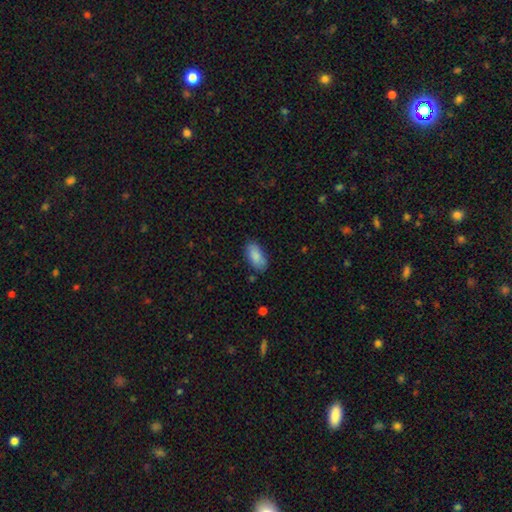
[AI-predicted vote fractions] smooth_or_featured: smooth (p=0.85) [alt: featured or disk p=0.09]
how_rounded: in between (p=0.92) [alt: cigar-shaped p=0.06]
merging: none (p=0.77) [alt: minor disturbance p=0.17]